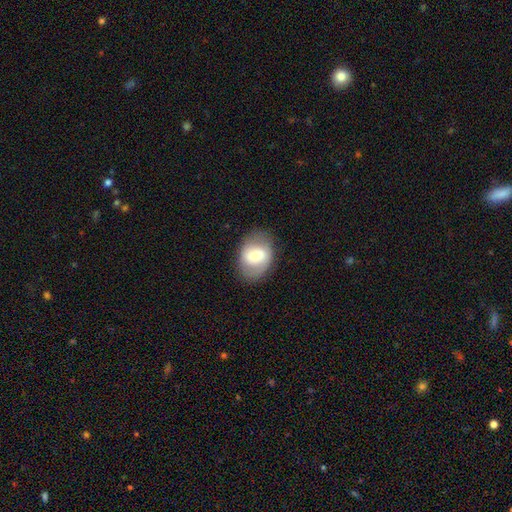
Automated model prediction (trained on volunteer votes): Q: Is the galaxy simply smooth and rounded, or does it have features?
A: smooth — 61%.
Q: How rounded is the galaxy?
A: in between — 73%.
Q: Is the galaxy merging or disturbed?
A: none — 76%.